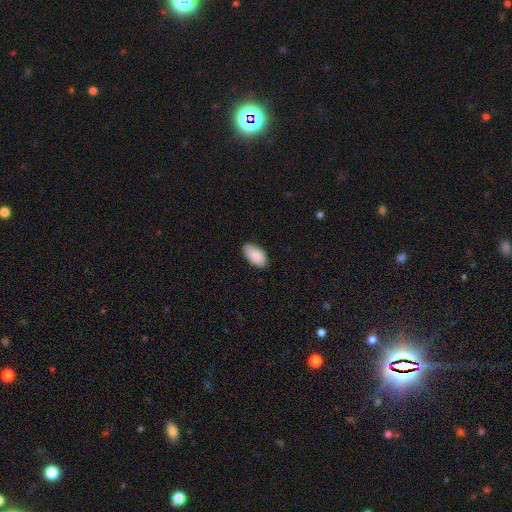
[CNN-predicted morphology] Smooth or featured? Predicted: smooth (p=0.89). How rounded? Predicted: in between (p=0.95). Merging? Predicted: none (p=0.81).